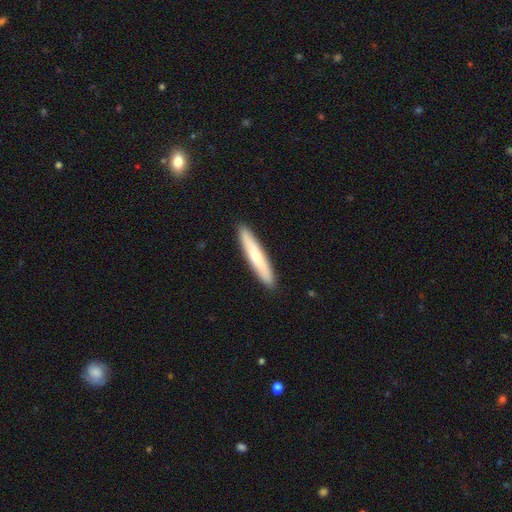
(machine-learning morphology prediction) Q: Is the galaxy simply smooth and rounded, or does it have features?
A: smooth — 56%.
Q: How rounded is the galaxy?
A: cigar-shaped — 93%.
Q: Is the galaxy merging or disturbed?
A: none — 90%.